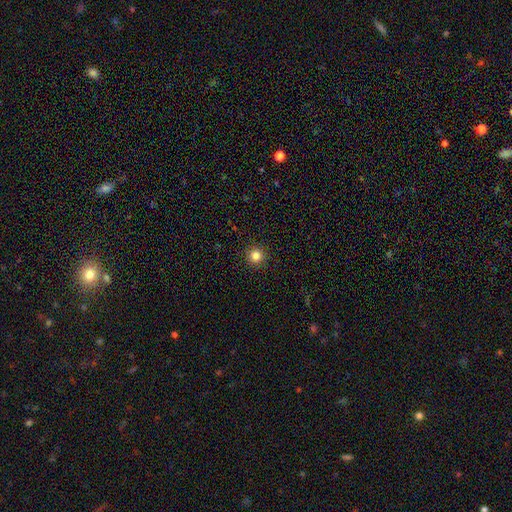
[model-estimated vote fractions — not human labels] smooth-or-featured: smooth: 84% | star or artifact: 12% | featured or disk: 4%
  how-rounded: round: 95% | in between: 4% | cigar-shaped: 1%
  merging: none: 93% | minor disturbance: 5% | major disturbance: 2% | merger: 1%